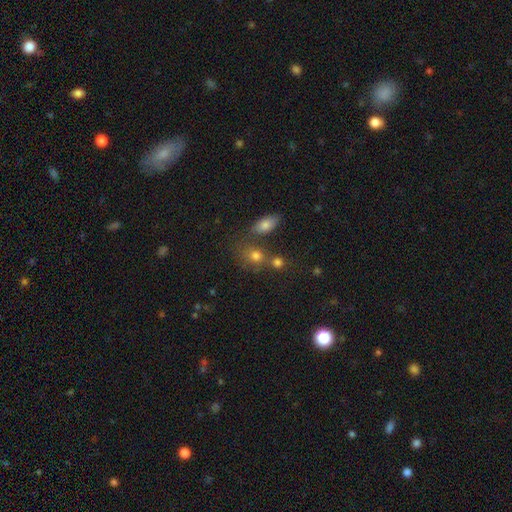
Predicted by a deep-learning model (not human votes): Smooth or featured? Predicted: smooth (p=0.74). How rounded? Predicted: round (p=0.54). Merging? Predicted: none (p=0.48).